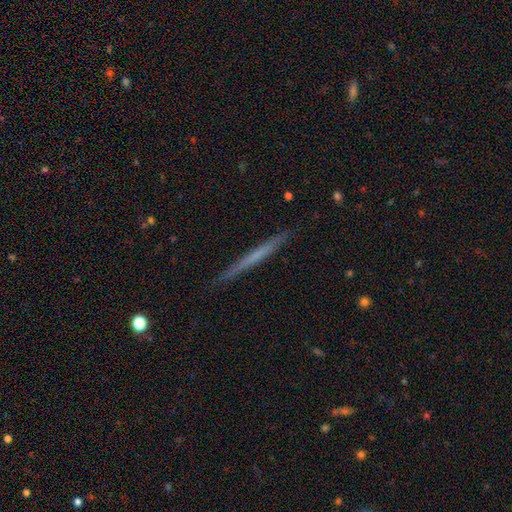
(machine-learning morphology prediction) This appears to be a featured or disk galaxy (51%) viewed edge-on (97%). Merging: none (91%).